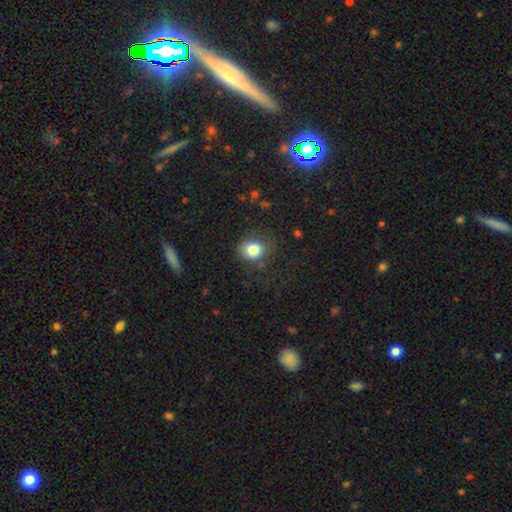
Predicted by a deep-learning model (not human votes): smooth 60%, star or artifact 30%, featured or disk 10%. Down the decision tree: how rounded — round (80%); merging — none (80%).